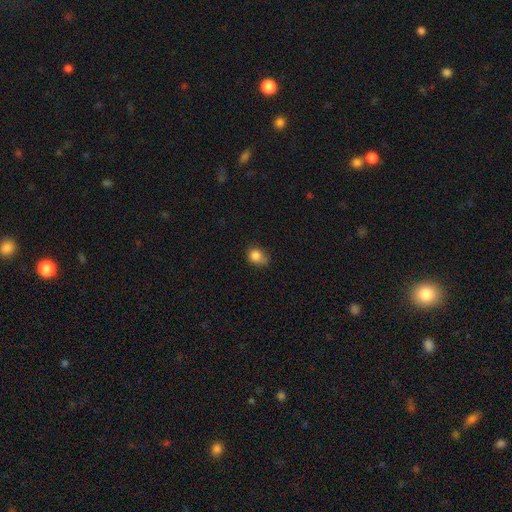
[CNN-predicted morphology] smooth-or-featured: smooth: 83% | star or artifact: 11% | featured or disk: 6%
  how-rounded: round: 56% | in between: 43% | cigar-shaped: 1%
  merging: none: 51% | minor disturbance: 37% | major disturbance: 10% | merger: 2%